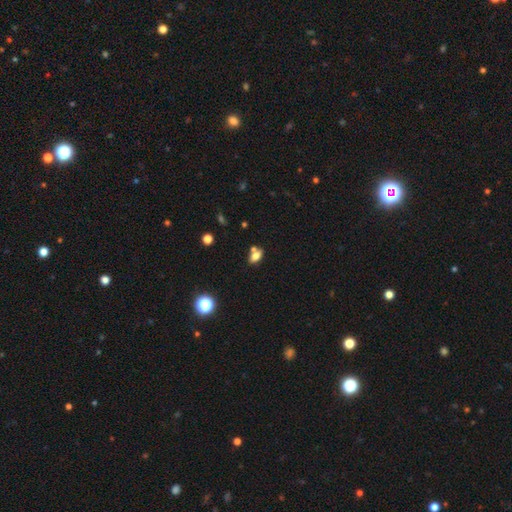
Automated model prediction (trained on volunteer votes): Smooth or featured? Predicted: smooth (p=0.74). How rounded? Predicted: in between (p=0.83). Merging? Predicted: none (p=0.58).